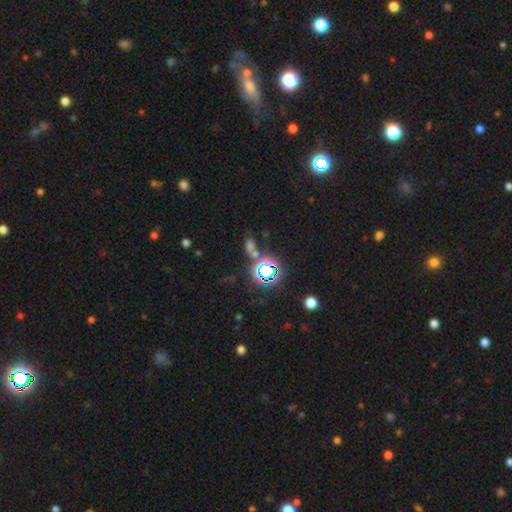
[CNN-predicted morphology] smooth-or-featured: star or artifact: 70% | smooth: 21% | featured or disk: 9%